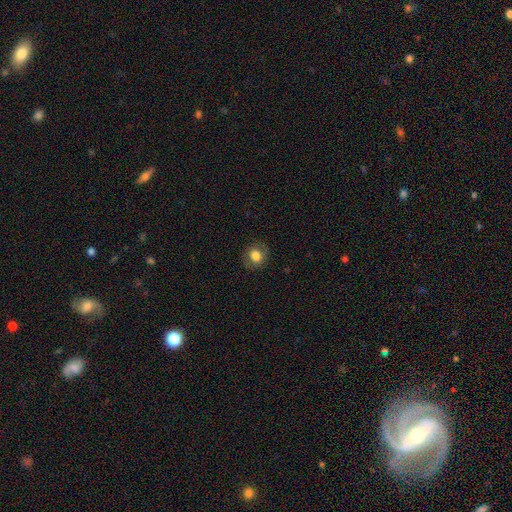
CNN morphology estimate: Smooth or featured? Predicted: smooth (p=0.75). How rounded? Predicted: round (p=0.71). Merging? Predicted: none (p=0.84).